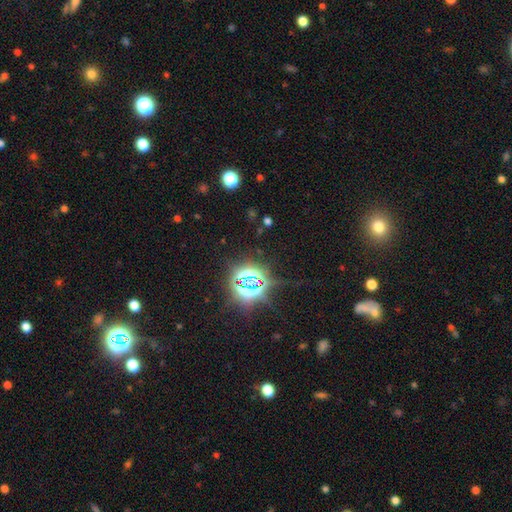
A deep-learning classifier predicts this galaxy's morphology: Q: Smooth or featured?
A: star or artifact (76%); runner-up: smooth (17%)